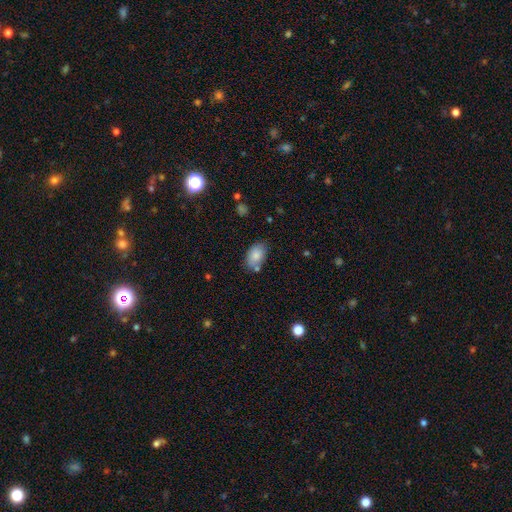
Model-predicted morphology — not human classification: Smooth or featured? Predicted: smooth (p=0.84). How rounded? Predicted: in between (p=0.91). Merging? Predicted: none (p=0.70).